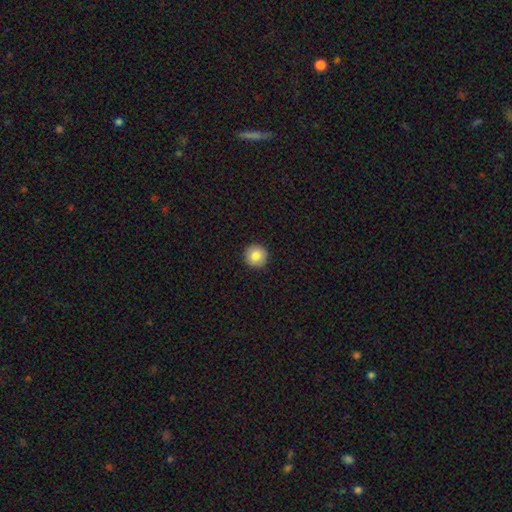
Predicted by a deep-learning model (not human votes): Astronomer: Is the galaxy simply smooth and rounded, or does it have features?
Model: smooth — 83%.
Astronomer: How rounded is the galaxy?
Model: round — 96%.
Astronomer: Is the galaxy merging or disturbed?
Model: none — 93%.